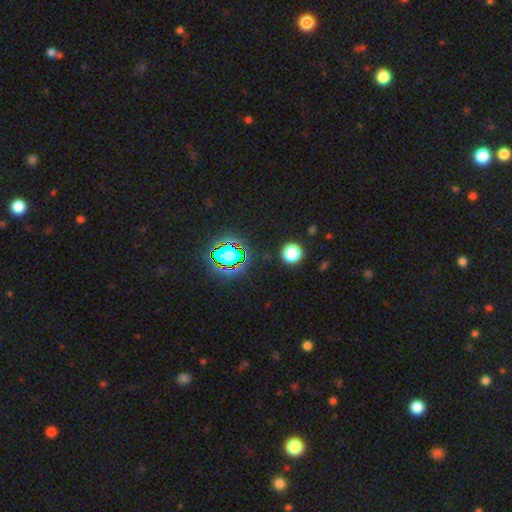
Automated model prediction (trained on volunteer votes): A star or artifact, not a galaxy (79%).